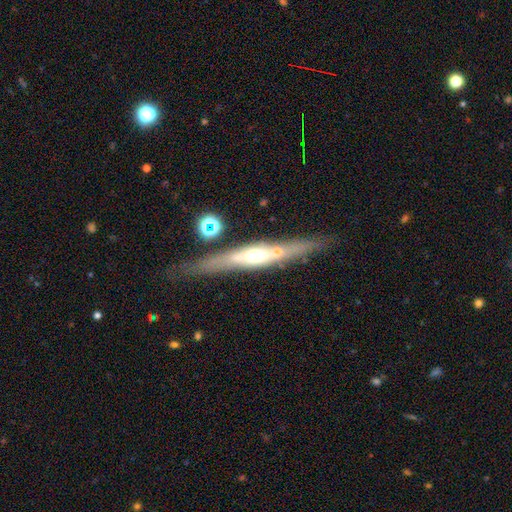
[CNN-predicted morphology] Smooth or featured: featured or disk — 66% (smooth — 26%)
Edge-on disk: yes — 90% (no — 10%)
Edge-on bulge: rounded — 84% (none — 9%)
Merging: none — 73% (minor disturbance — 14%)